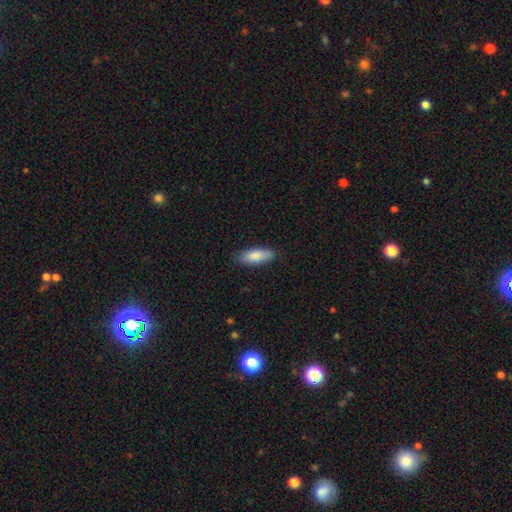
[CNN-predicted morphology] This appears to be a smooth galaxy with no disk features (85%) that is in between round and cigar-shaped (72%). Merging: none (83%).